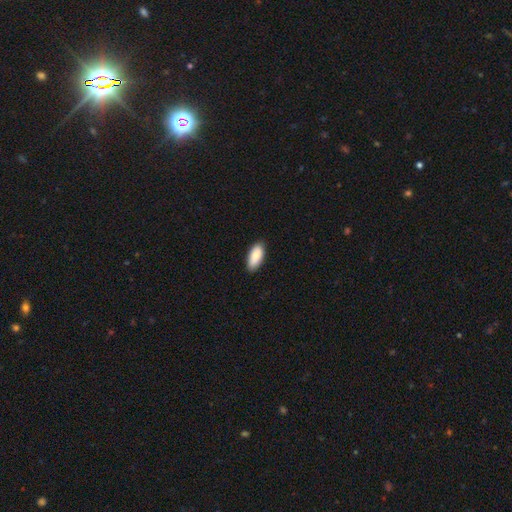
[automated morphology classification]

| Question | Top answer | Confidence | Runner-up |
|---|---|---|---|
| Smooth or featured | smooth | 87% | featured or disk (7%) |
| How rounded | in between | 87% | cigar-shaped (11%) |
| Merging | none | 88% | minor disturbance (9%) |